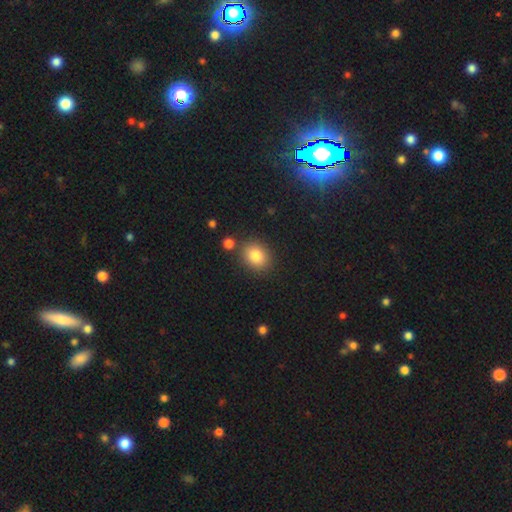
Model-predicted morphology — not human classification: type=smooth (83%); roundness=round (50%); merging=none (80%).